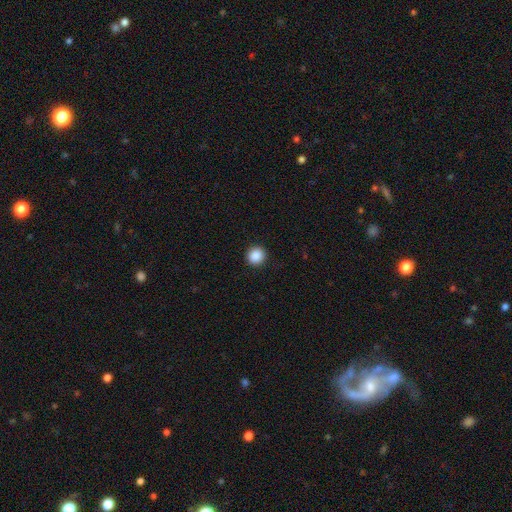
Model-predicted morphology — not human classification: A smooth galaxy with no disk features (88%) that is round (93%).

Vote fractions:
- Smooth or featured? smooth: 88% / star or artifact: 9% / featured or disk: 2%
- How rounded? round: 93% / in between: 6% / cigar-shaped: 1%
- Merging? none: 93% / minor disturbance: 5% / major disturbance: 2% / merger: 1%